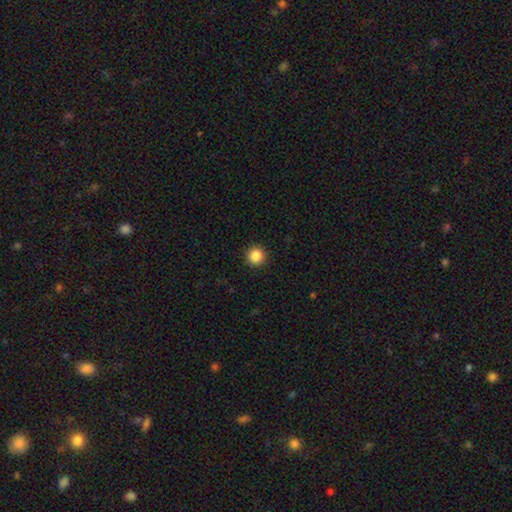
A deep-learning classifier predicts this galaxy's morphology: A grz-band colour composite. It shows a smooth galaxy with no disk features (86%) that is round (95%). Merging: none (92%).